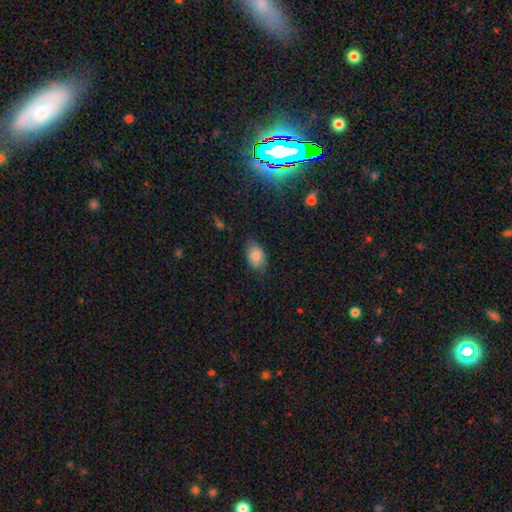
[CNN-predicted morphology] smooth_or_featured: smooth (p=0.83) [alt: featured or disk p=0.08]
how_rounded: in between (p=0.87) [alt: round p=0.11]
merging: none (p=0.76) [alt: minor disturbance p=0.19]